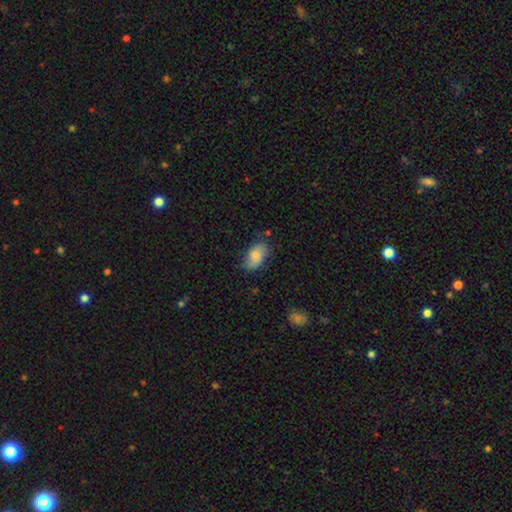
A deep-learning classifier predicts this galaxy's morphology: A smooth galaxy with no disk features (71%) that is in between round and cigar-shaped (92%). Merging: none (62%).